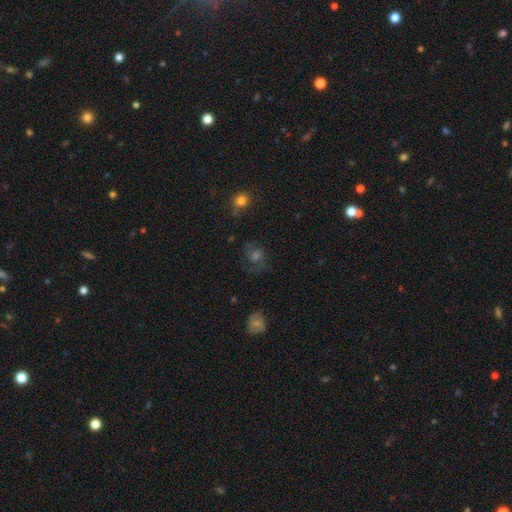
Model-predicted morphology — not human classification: Smooth or featured: featured or disk — 39% (smooth — 33%)
Merging: none — 66% (minor disturbance — 17%)